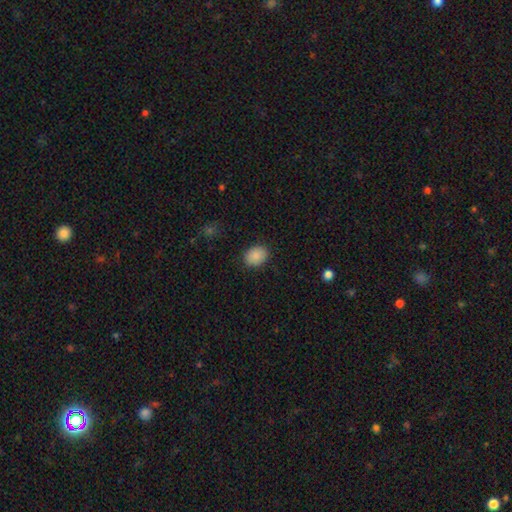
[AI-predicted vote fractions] Q: Smooth or featured?
A: smooth (88%); runner-up: star or artifact (8%)
Q: How rounded?
A: in between (62%); runner-up: round (37%)
Q: Merging?
A: none (88%); runner-up: minor disturbance (9%)